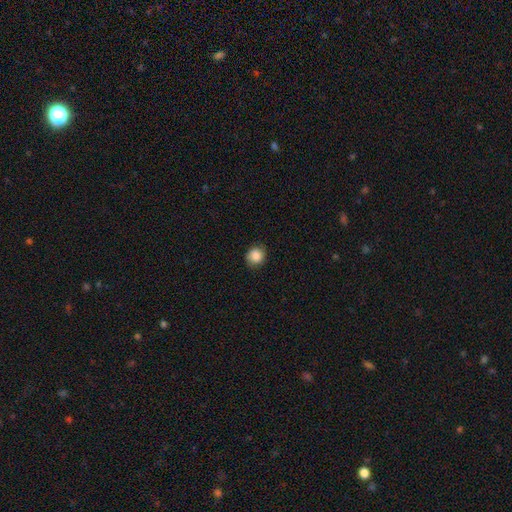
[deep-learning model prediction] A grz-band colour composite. It shows a smooth galaxy with no disk features (87%) that is round (82%). Merging: none (84%).